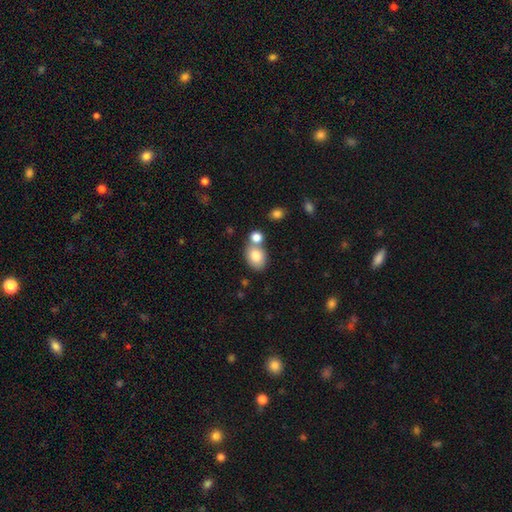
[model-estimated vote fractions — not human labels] The model was most divided on "merging": none: 53%, merger: 31%, minor disturbance: 12%, major disturbance: 4%. More confident: smooth or featured — smooth (80%); how rounded — in between (71%).